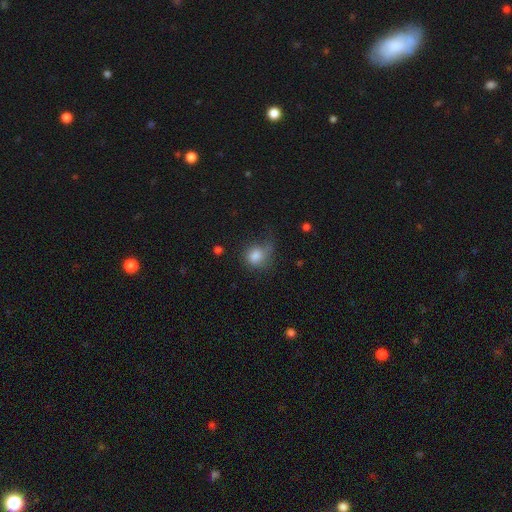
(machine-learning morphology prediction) smooth 79%, star or artifact 10%, featured or disk 10%. Down the decision tree: how rounded — round (71%); merging — none (38%).